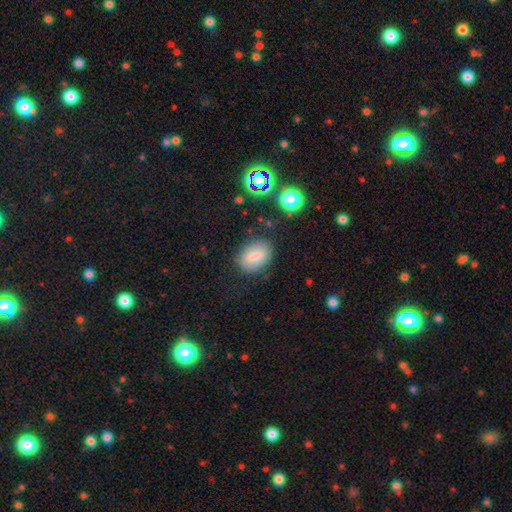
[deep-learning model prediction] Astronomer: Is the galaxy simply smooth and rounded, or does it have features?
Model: smooth — 76%.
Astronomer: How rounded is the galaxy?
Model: in between — 81%.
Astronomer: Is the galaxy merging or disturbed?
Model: none — 81%.